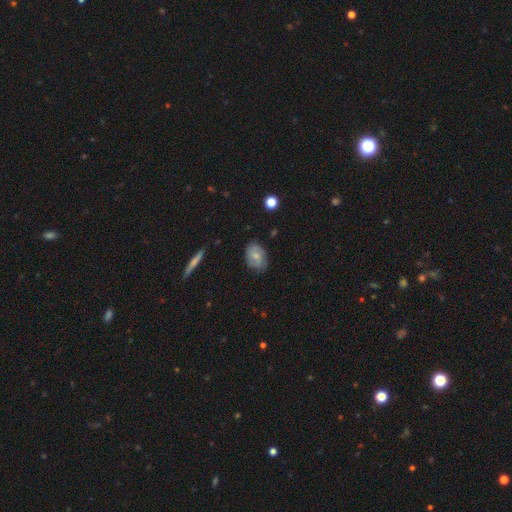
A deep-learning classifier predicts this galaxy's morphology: smooth-or-featured: smooth: 52% | featured or disk: 40% | star or artifact: 8%
  how-rounded: in between: 76% | round: 22% | cigar-shaped: 2%
  merging: none: 74% | minor disturbance: 20% | major disturbance: 4% | merger: 1%